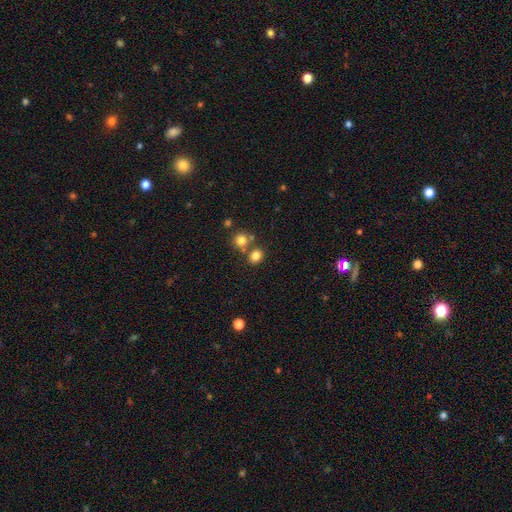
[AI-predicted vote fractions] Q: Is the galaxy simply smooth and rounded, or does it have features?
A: smooth — 80%.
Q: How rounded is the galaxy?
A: round — 59%.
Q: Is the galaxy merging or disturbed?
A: none — 62%.